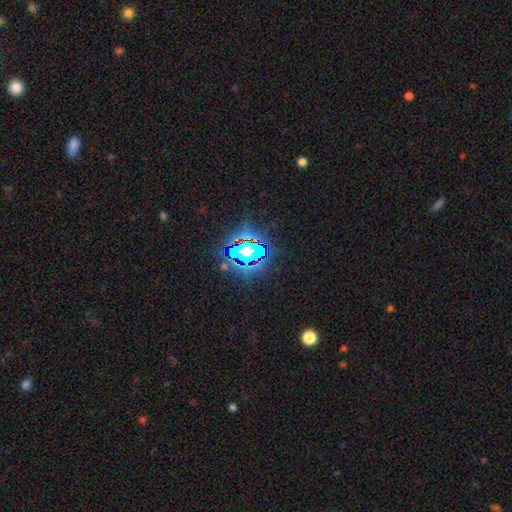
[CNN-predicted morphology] Q: Smooth or featured?
A: star or artifact (82%); runner-up: smooth (11%)